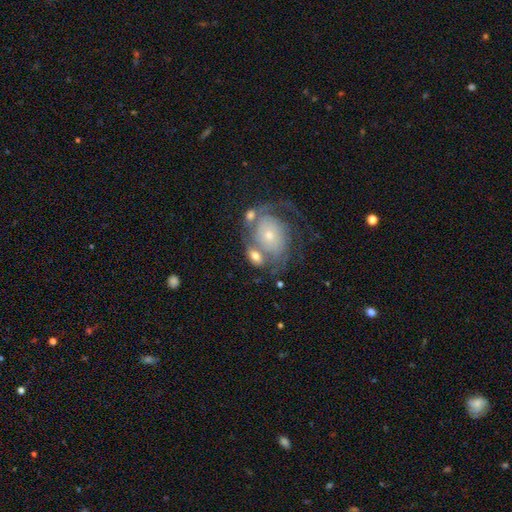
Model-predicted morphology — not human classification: Smooth or featured? Predicted: featured or disk (p=0.60). Edge-on disk? Predicted: no (p=0.96). Bar? Predicted: no (p=0.76). Spiral arms? Predicted: yes (p=0.82). Bulge size? Predicted: small (p=0.62). Merging? Predicted: none (p=0.37).